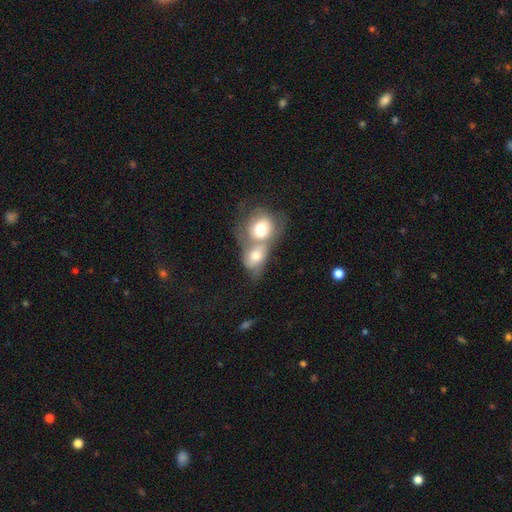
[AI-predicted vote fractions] This appears to be a smooth galaxy with no disk features (62%) that is in between round and cigar-shaped (62%). Merging: merger (75%).